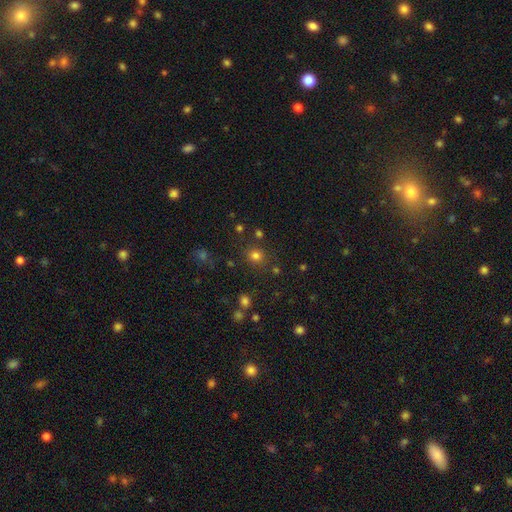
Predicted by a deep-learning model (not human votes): The model was most divided on "smooth or featured": smooth: 77%, star or artifact: 18%, featured or disk: 5%. More confident: how rounded — round (85%); merging — none (84%).